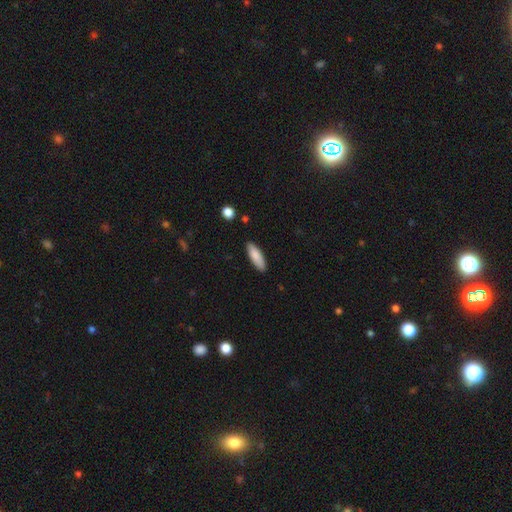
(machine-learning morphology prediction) Q: Smooth or featured?
A: smooth (85%); runner-up: featured or disk (9%)
Q: How rounded?
A: in between (56%); runner-up: cigar-shaped (43%)
Q: Merging?
A: none (87%); runner-up: minor disturbance (10%)